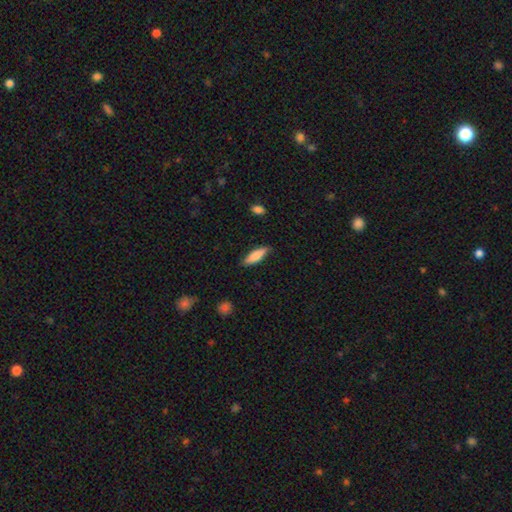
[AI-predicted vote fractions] A smooth galaxy with no disk features (79%) that is cigar-shaped (53%).

Vote fractions:
- Smooth or featured? smooth: 79% / featured or disk: 15% / star or artifact: 6%
- How rounded? cigar-shaped: 53% / in between: 46% / round: 2%
- Merging? none: 84% / minor disturbance: 13% / major disturbance: 2% / merger: 1%